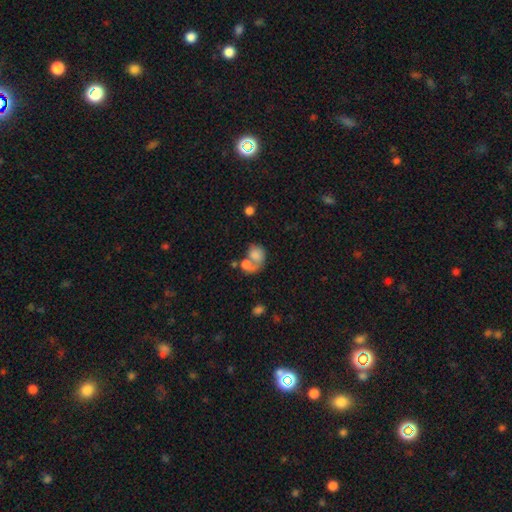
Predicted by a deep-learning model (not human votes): Q: Smooth or featured?
A: smooth (69%); runner-up: featured or disk (22%)
Q: How rounded?
A: in between (54%); runner-up: round (45%)
Q: Merging?
A: merger (54%); runner-up: none (21%)